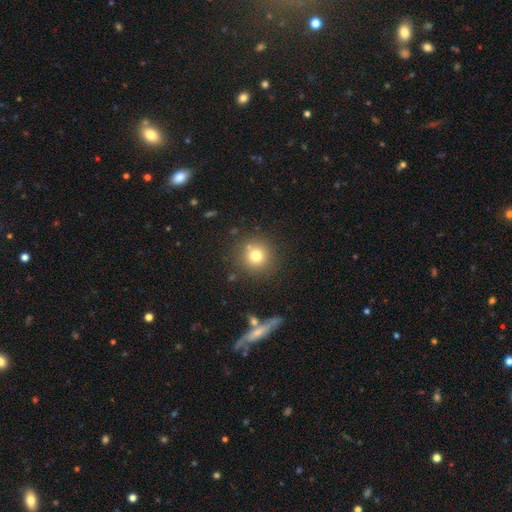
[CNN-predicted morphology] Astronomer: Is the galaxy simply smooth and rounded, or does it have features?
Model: smooth — 76%.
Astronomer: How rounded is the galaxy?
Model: round — 94%.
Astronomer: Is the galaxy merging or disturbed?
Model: none — 83%.